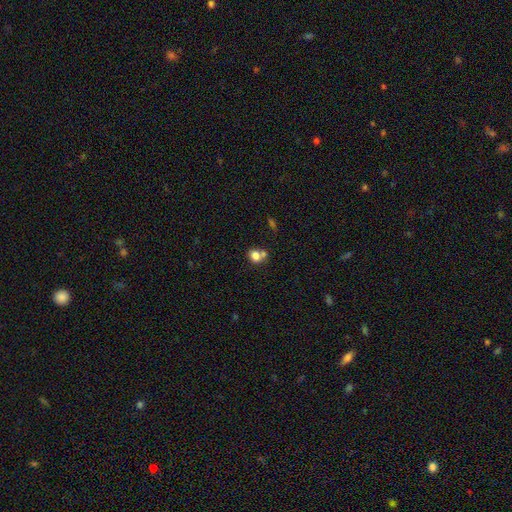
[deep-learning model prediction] A smooth galaxy with no disk features (79%) that is round (60%). Merging: none (46%).